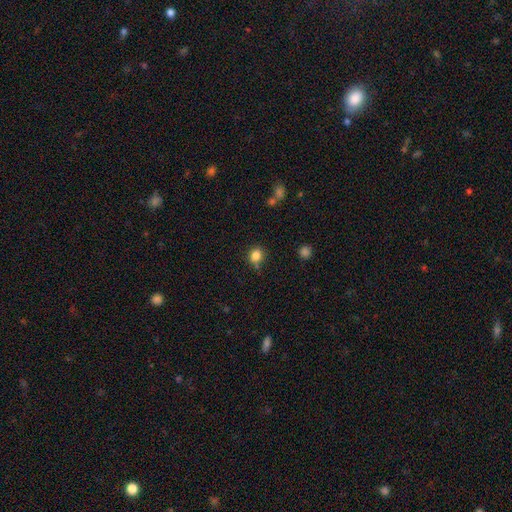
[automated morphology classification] A smooth galaxy with no disk features (83%) that is round (76%).

Vote fractions:
- Smooth or featured? smooth: 83% / star or artifact: 12% / featured or disk: 5%
- How rounded? round: 76% / in between: 24% / cigar-shaped: 1%
- Merging? none: 75% / minor disturbance: 15% / merger: 7% / major disturbance: 4%